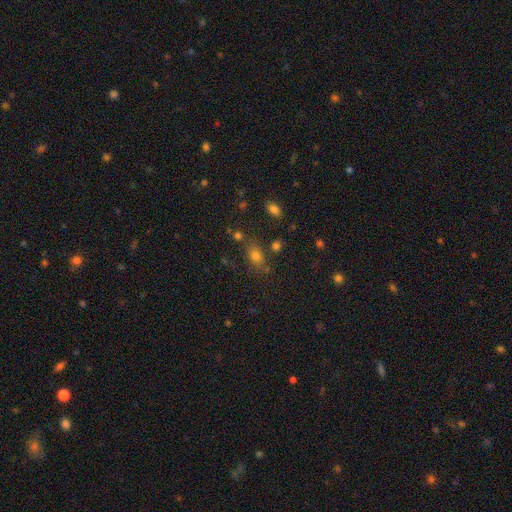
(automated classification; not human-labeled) This appears to be a smooth galaxy with no disk features (67%) that is in between round and cigar-shaped (67%). Merging: none (72%).